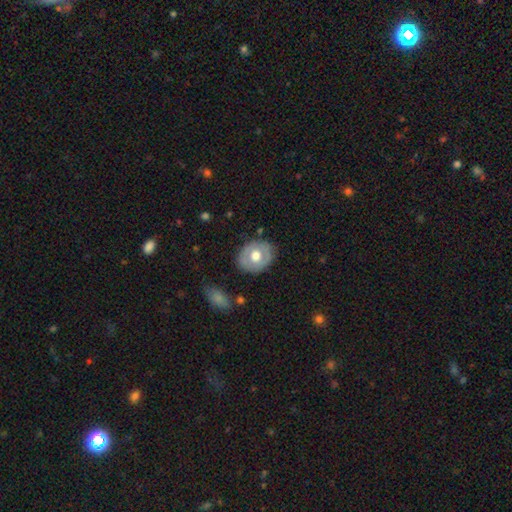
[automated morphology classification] This is possibly a smooth galaxy (53%). How rounded: possibly round (55%). Merging: clearly none (81%).